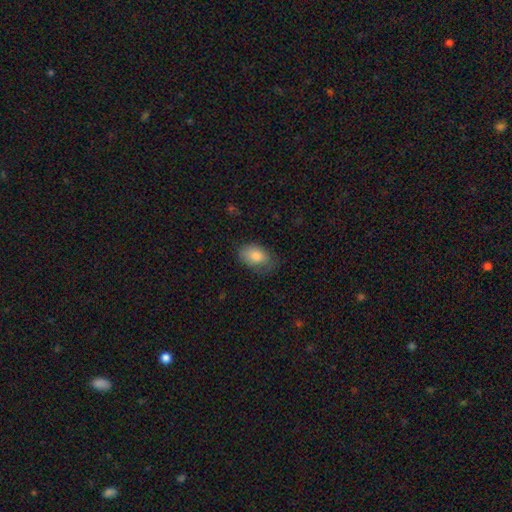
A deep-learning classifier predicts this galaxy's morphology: Q: Smooth or featured?
A: smooth (82%); runner-up: featured or disk (10%)
Q: How rounded?
A: in between (89%); runner-up: round (10%)
Q: Merging?
A: none (63%); runner-up: minor disturbance (27%)